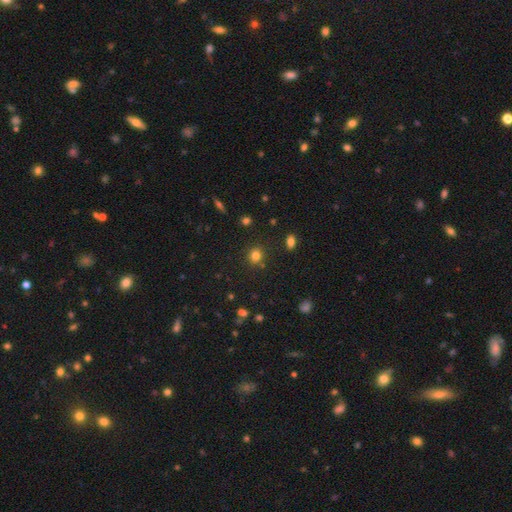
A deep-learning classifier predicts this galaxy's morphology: This is likely a smooth galaxy (79%). How rounded: clearly round (82%). Merging: clearly none (83%).